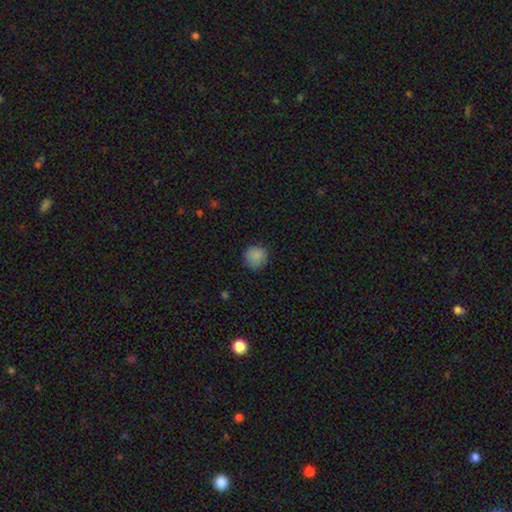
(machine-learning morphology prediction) Smooth or featured?
  - smooth: 87% *
  - star or artifact: 9%
  - featured or disk: 4%
How rounded?
  - round: 91% *
  - in between: 8%
  - cigar-shaped: 1%
Merging?
  - none: 86% *
  - minor disturbance: 11%
  - major disturbance: 3%
  - merger: 1%